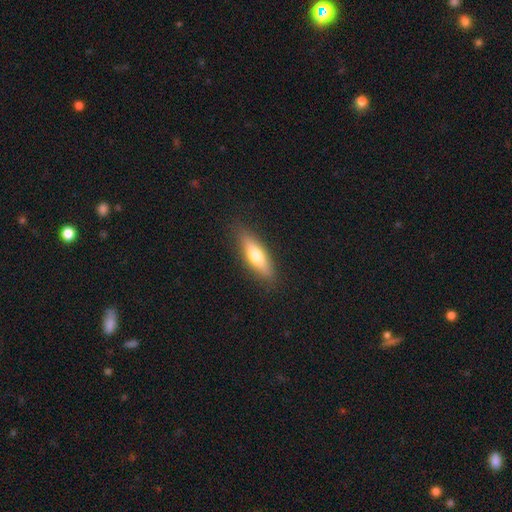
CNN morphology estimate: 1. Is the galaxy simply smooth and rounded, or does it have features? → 65% smooth, 29% featured or disk, 6% star or artifact.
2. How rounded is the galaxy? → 54% cigar-shaped, 44% in between, 2% round.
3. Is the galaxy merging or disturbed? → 86% none, 10% minor disturbance, 2% major disturbance, 1% merger.